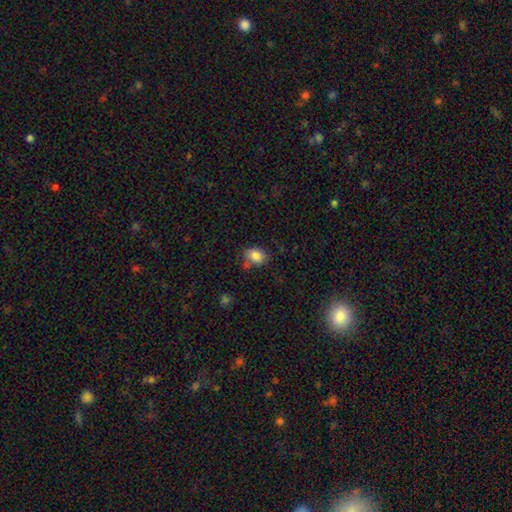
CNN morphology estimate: This appears to be a smooth galaxy with no disk features (84%) that is in between round and cigar-shaped (64%). Merging: none (64%).